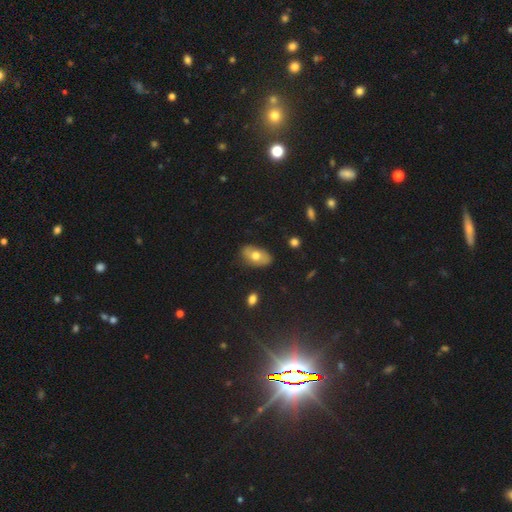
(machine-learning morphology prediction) smooth_or_featured: smooth (p=0.65) [alt: featured or disk p=0.27]
how_rounded: in between (p=0.91) [alt: round p=0.07]
merging: none (p=0.79) [alt: minor disturbance p=0.16]